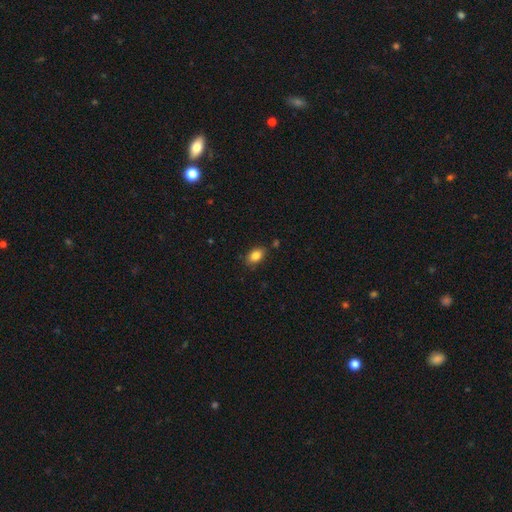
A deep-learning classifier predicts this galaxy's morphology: A smooth galaxy with no disk features (84%) that is in between round and cigar-shaped (84%).

Vote fractions:
- Smooth or featured? smooth: 84% / star or artifact: 9% / featured or disk: 7%
- How rounded? in between: 84% / round: 14% / cigar-shaped: 2%
- Merging? none: 81% / minor disturbance: 13% / major disturbance: 3% / merger: 3%